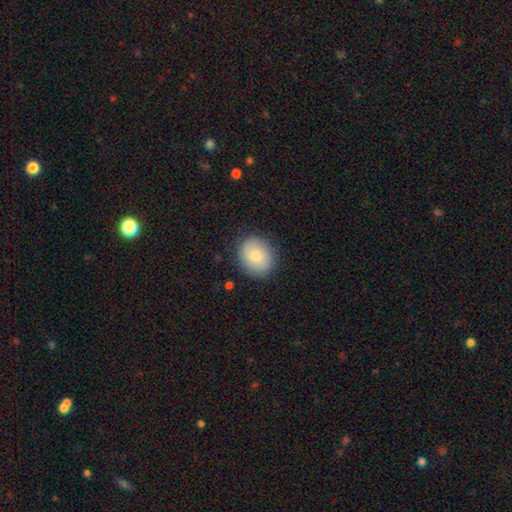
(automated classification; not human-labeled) A smooth galaxy with no disk features (80%) that is round (66%). Merging: none (85%).